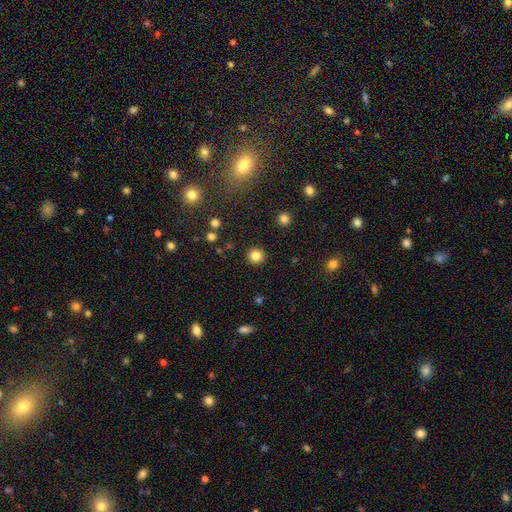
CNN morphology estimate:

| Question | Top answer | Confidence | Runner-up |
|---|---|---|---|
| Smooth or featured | smooth | 83% | star or artifact (12%) |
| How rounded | round | 94% | in between (5%) |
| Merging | none | 92% | minor disturbance (5%) |